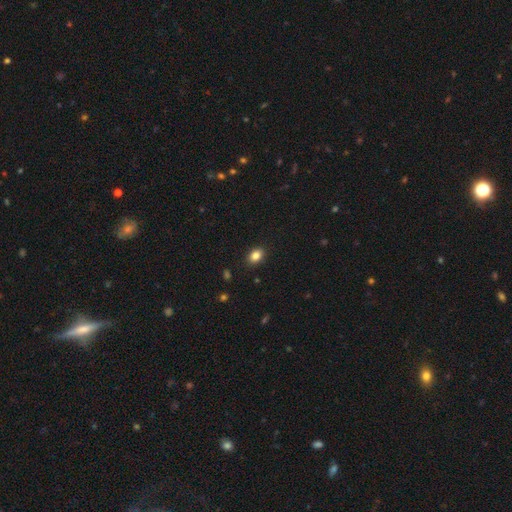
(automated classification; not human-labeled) This appears to be a smooth galaxy with no disk features (85%) that is in between round and cigar-shaped (71%). Merging: none (89%).